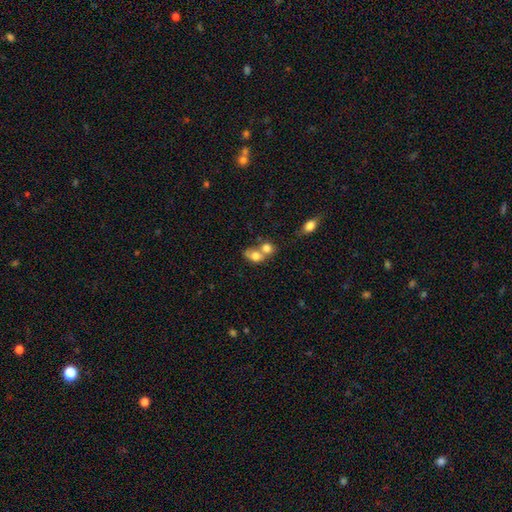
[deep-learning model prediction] smooth 72%, featured or disk 18%, star or artifact 10%. Down the decision tree: how rounded — in between (53%); merging — merger (65%).